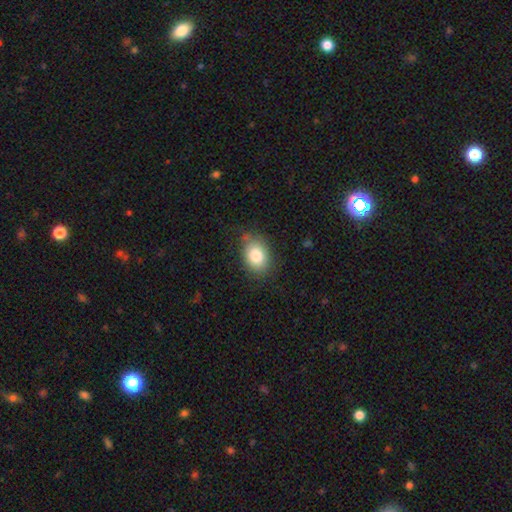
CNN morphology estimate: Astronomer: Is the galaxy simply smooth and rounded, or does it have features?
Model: smooth — 82%.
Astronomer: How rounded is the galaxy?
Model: in between — 74%.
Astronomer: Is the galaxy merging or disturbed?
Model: none — 78%.